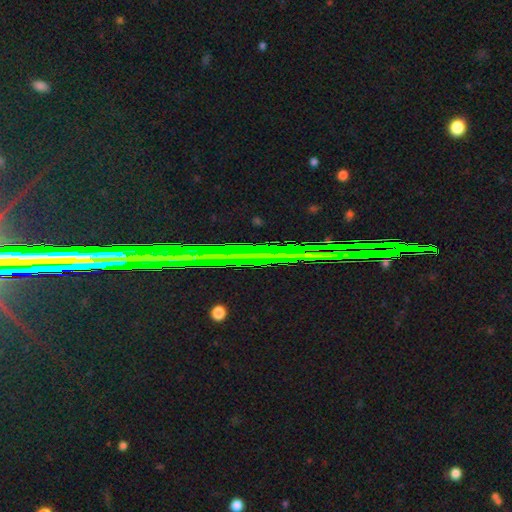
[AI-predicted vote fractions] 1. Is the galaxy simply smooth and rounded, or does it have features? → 74% star or artifact, 17% featured or disk, 9% smooth.